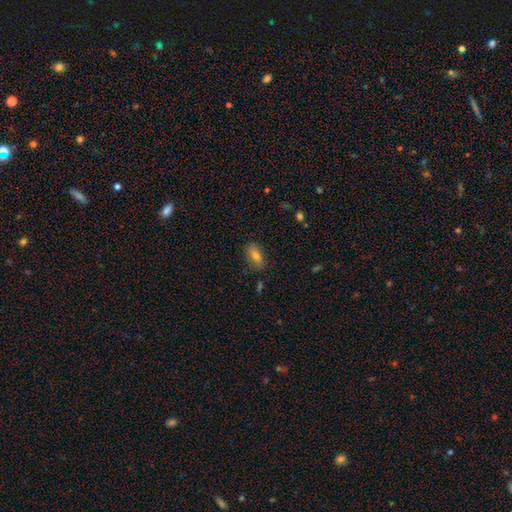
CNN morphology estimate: Smooth or featured? Predicted: smooth (p=0.71). How rounded? Predicted: in between (p=0.85). Merging? Predicted: none (p=0.82).